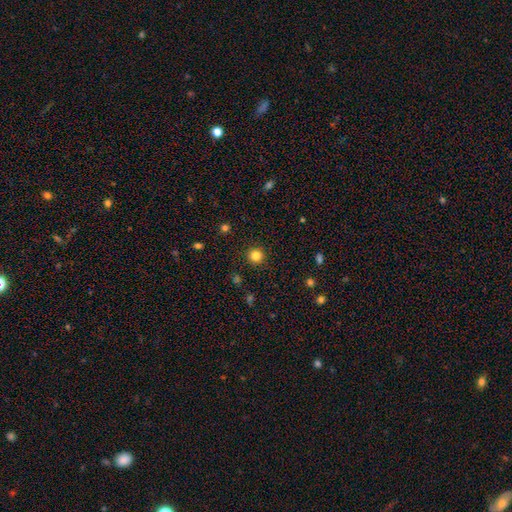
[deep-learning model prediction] Smooth or featured?
  - smooth: 82% *
  - star or artifact: 13%
  - featured or disk: 5%
How rounded?
  - round: 95% *
  - in between: 4%
  - cigar-shaped: 1%
Merging?
  - none: 92% *
  - minor disturbance: 5%
  - major disturbance: 2%
  - merger: 1%